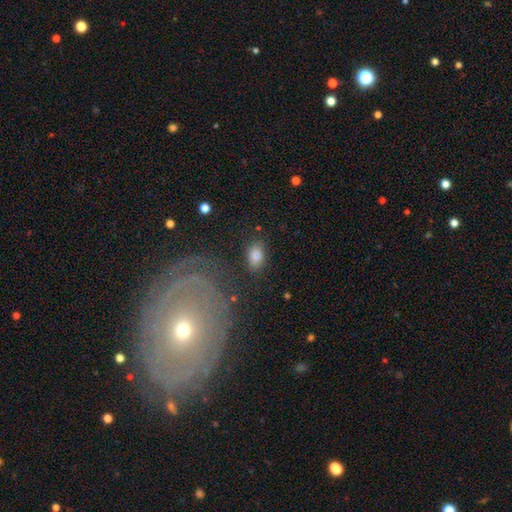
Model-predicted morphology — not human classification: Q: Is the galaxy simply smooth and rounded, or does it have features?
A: smooth — 83%.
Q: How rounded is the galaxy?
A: in between — 88%.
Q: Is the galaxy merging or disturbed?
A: none — 80%.